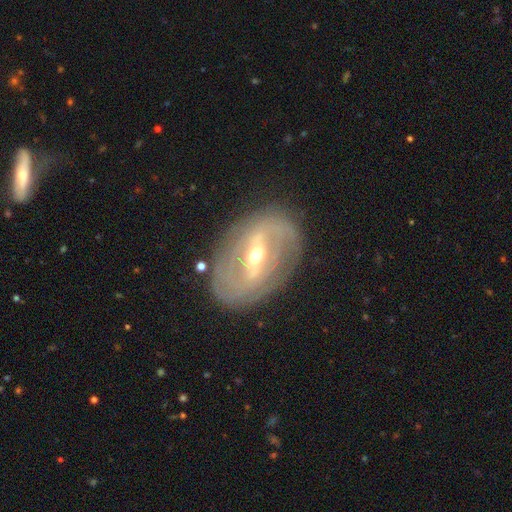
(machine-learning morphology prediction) Q: Smooth or featured?
A: featured or disk (83%); runner-up: smooth (12%)
Q: Edge-on disk?
A: no (93%); runner-up: yes (7%)
Q: Bar?
A: strong (52%); runner-up: weak (34%)
Q: Spiral arms?
A: yes (75%); runner-up: no (25%)
Q: Spiral winding?
A: tight (66%); runner-up: medium (24%)
Q: Spiral arm count?
A: 2 (41%); runner-up: can't tell (38%)
Q: Bulge size?
A: moderate (53%); runner-up: small (43%)
Q: Merging?
A: none (80%); runner-up: minor disturbance (13%)